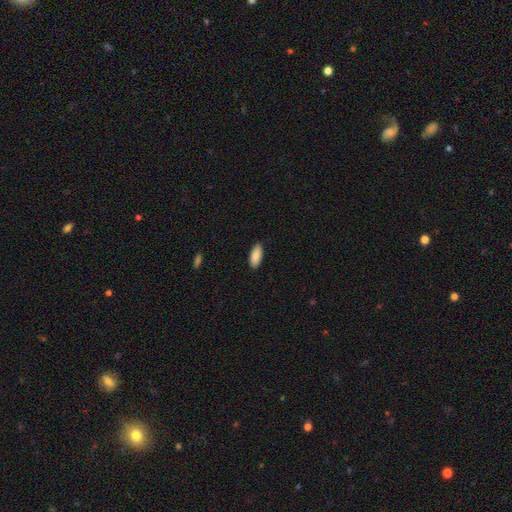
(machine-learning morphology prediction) A smooth galaxy with no disk features (89%) that is in between round and cigar-shaped (85%). Merging: none (89%).